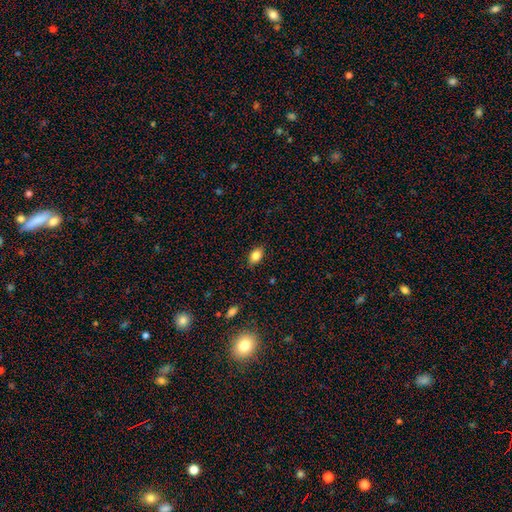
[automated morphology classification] Smooth or featured?
  - smooth: 83% *
  - star or artifact: 9%
  - featured or disk: 8%
How rounded?
  - in between: 85% *
  - round: 13%
  - cigar-shaped: 2%
Merging?
  - none: 85% *
  - minor disturbance: 11%
  - major disturbance: 2%
  - merger: 1%